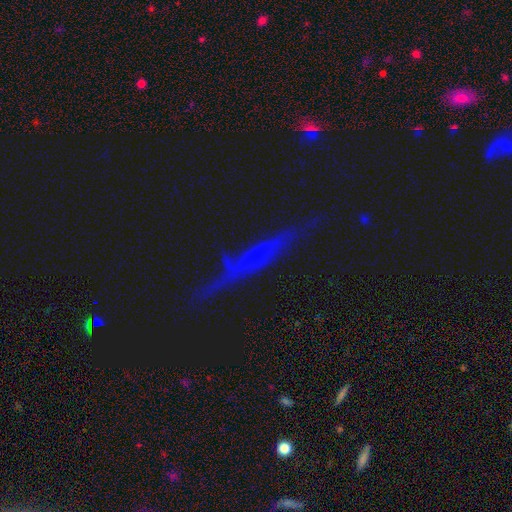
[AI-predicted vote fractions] The model was most divided on "smooth or featured": featured or disk: 51%, smooth: 29%, star or artifact: 20%. More confident: edge-on disk — yes (79%); merging — none (66%).